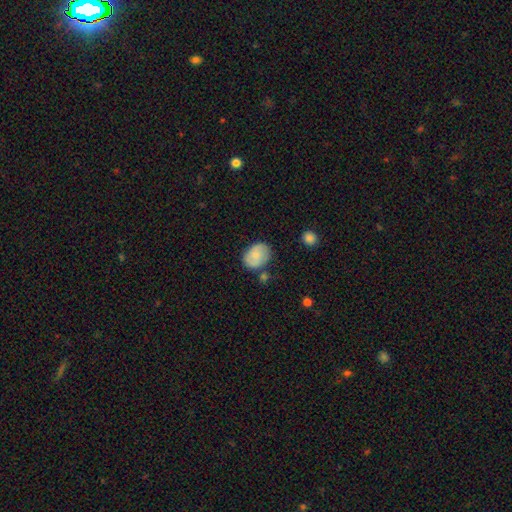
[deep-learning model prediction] smooth 70%, featured or disk 23%, star or artifact 7%. Down the decision tree: how rounded — in between (62%); merging — none (72%).